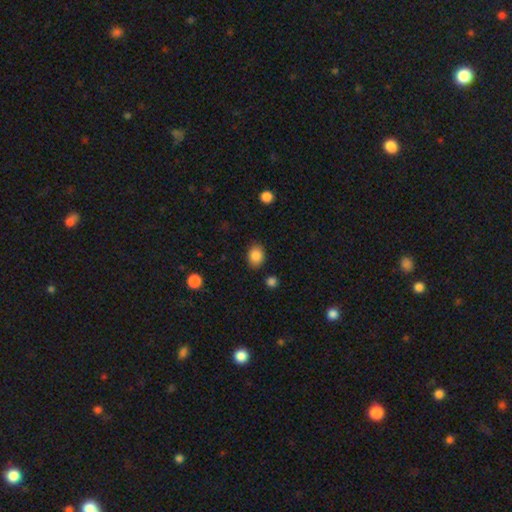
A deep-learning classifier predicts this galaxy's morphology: This appears to be a smooth galaxy with no disk features (87%) that is in between round and cigar-shaped (56%). Merging: none (84%).